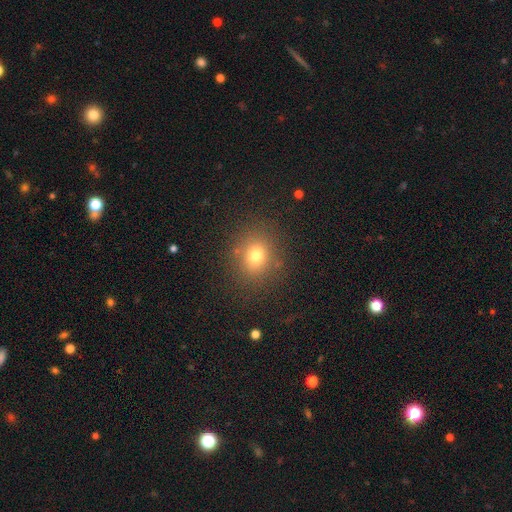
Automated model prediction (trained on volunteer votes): A smooth galaxy with no disk features (74%) that is round (72%).

Vote fractions:
- Smooth or featured? smooth: 74% / star or artifact: 17% / featured or disk: 9%
- How rounded? round: 72% / in between: 27% / cigar-shaped: 1%
- Merging? none: 84% / minor disturbance: 9% / major disturbance: 4% / merger: 2%